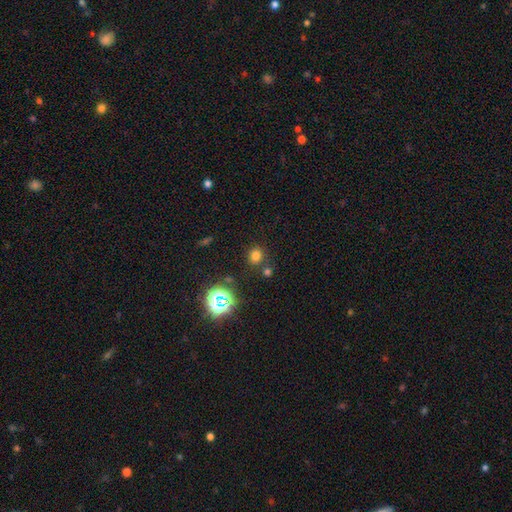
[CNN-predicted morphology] Smooth or featured? Predicted: smooth (p=0.70). How rounded? Predicted: round (p=0.79). Merging? Predicted: none (p=0.77).